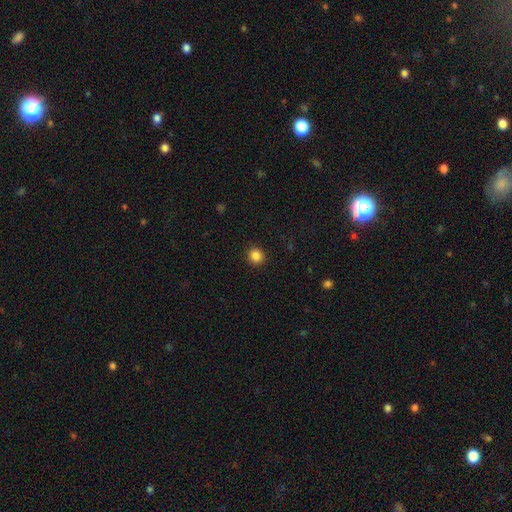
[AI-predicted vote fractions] smooth_or_featured: smooth (p=0.86) [alt: star or artifact p=0.11]
how_rounded: round (p=0.89) [alt: in between p=0.10]
merging: none (p=0.92) [alt: minor disturbance p=0.05]